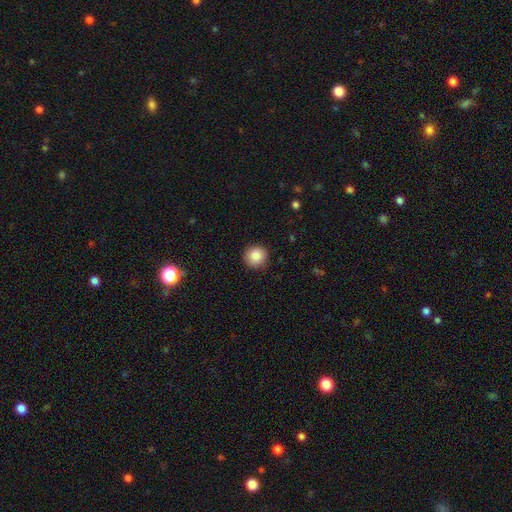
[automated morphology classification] smooth 85%, star or artifact 9%, featured or disk 5%. Down the decision tree: how rounded — round (94%); merging — none (91%).